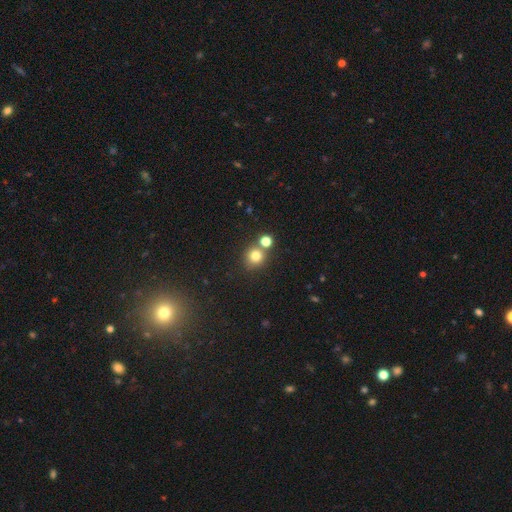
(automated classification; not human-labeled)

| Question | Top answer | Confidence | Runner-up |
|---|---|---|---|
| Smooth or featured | smooth | 78% | star or artifact (15%) |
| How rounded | round | 88% | in between (11%) |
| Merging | none | 66% | merger (23%) |